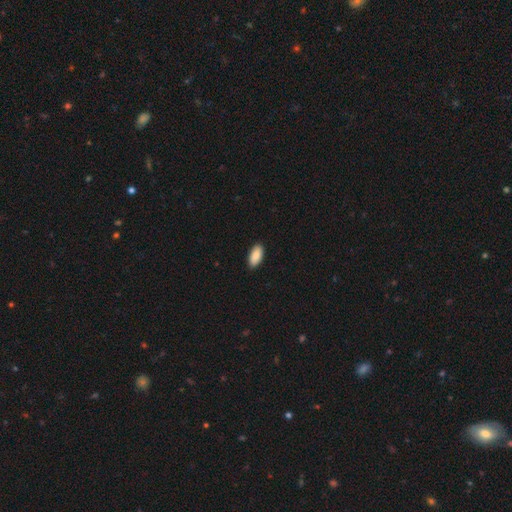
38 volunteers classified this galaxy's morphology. Smooth or featured: smooth — 87% (star or artifact — 8%)
How rounded: in between — 91% (cigar-shaped — 9%)
Merging: none — 89% (minor disturbance — 9%)